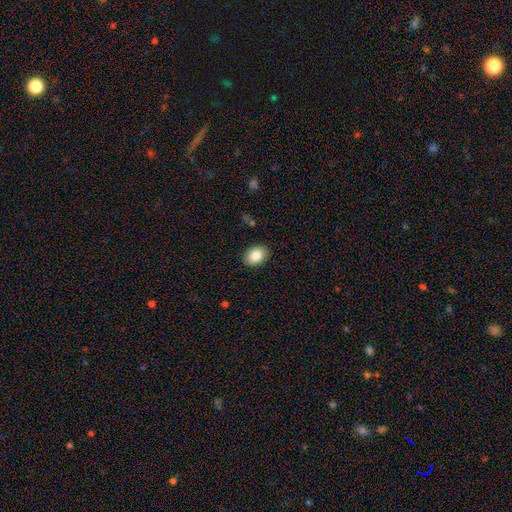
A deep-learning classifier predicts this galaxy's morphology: Q: Smooth or featured?
A: smooth (85%); runner-up: featured or disk (7%)
Q: How rounded?
A: in between (82%); runner-up: round (17%)
Q: Merging?
A: none (88%); runner-up: minor disturbance (9%)